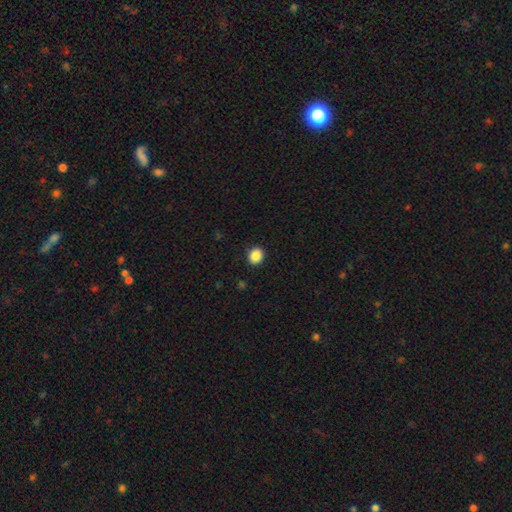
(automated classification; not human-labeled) A smooth galaxy with no disk features (88%) that is round (72%).

Vote fractions:
- Smooth or featured? smooth: 88% / star or artifact: 9% / featured or disk: 3%
- How rounded? round: 72% / in between: 27% / cigar-shaped: 1%
- Merging? none: 91% / minor disturbance: 6% / major disturbance: 2% / merger: 1%